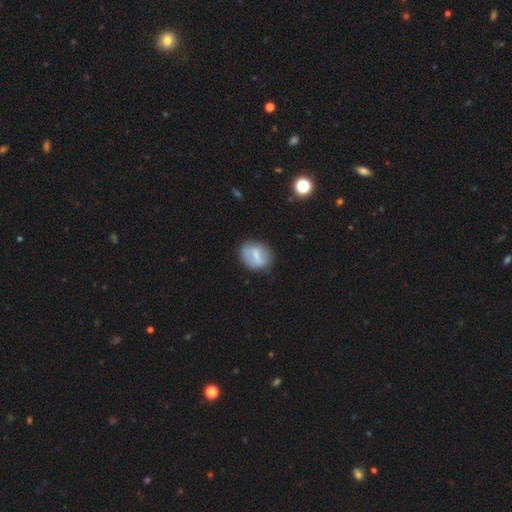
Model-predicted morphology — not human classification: This is likely a smooth galaxy (62%). How rounded: possibly round (53%). Merging: likely none (75%).